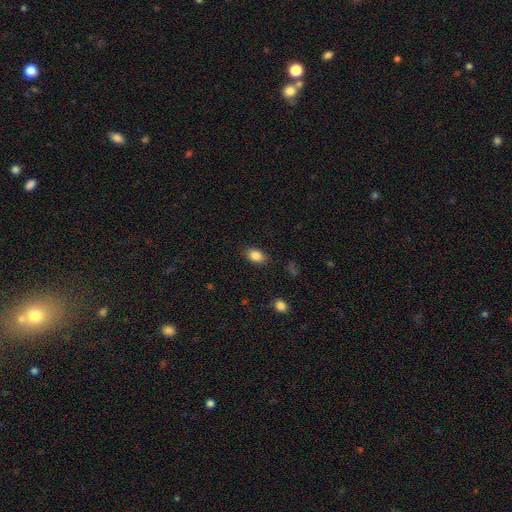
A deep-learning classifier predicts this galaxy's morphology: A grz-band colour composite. It shows a smooth galaxy with no disk features (85%) that is in between round and cigar-shaped (83%). Merging: none (85%).